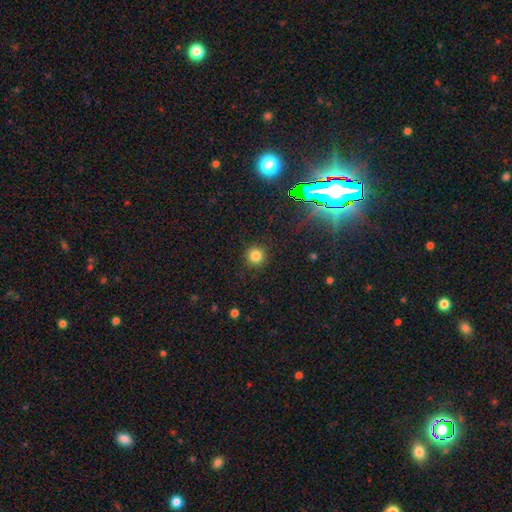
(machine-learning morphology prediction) Overall: smooth (81%). How rounded: round (95%). Merging: none (91%).